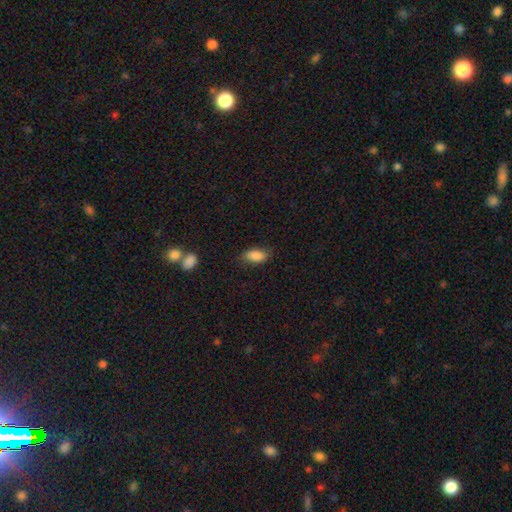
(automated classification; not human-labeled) Q: Smooth or featured?
A: smooth (87%); runner-up: star or artifact (7%)
Q: How rounded?
A: in between (91%); runner-up: cigar-shaped (5%)
Q: Merging?
A: none (78%); runner-up: minor disturbance (17%)